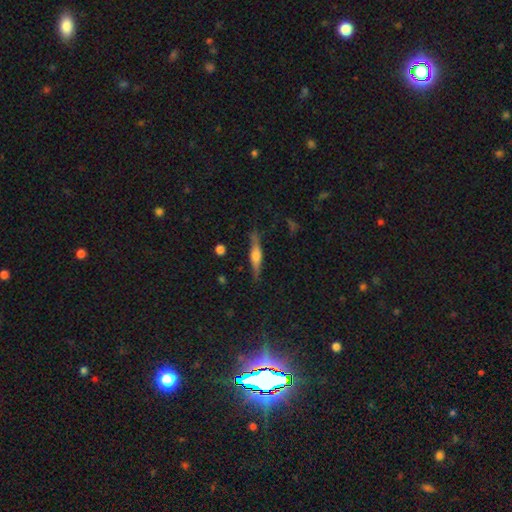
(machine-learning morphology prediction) Smooth or featured?
  - featured or disk: 61% *
  - smooth: 32%
  - star or artifact: 7%
Edge-on disk?
  - yes: 95% *
  - no: 5%
Edge-on bulge?
  - rounded: 84% *
  - boxy: 11%
  - none: 5%
Merging?
  - none: 83% *
  - minor disturbance: 13%
  - major disturbance: 3%
  - merger: 2%